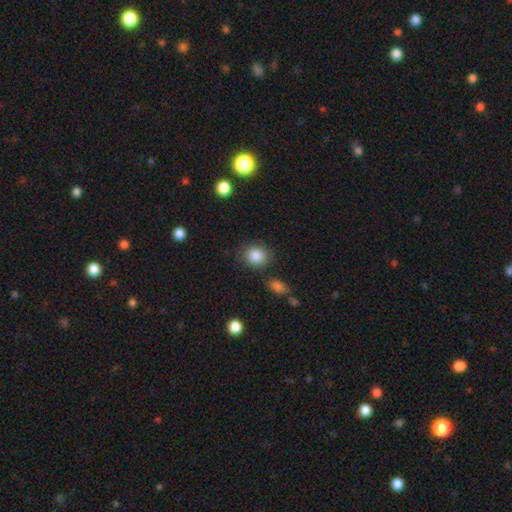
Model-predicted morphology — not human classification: The model was most divided on "how rounded": round: 77%, in between: 22%, cigar-shaped: 1%. More confident: smooth or featured — smooth (86%); merging — none (81%).